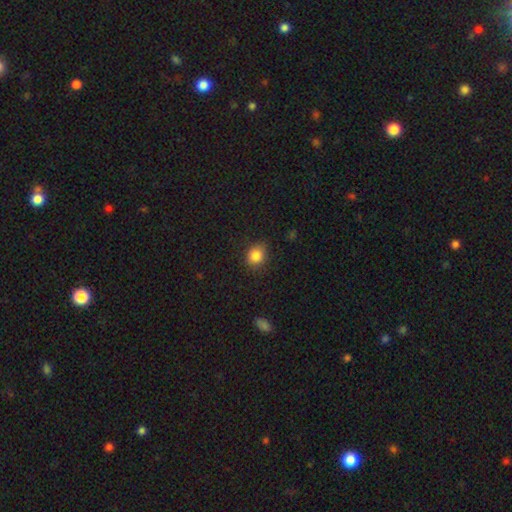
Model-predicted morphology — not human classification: A smooth galaxy with no disk features (84%) that is round (66%).

Vote fractions:
- Smooth or featured? smooth: 84% / star or artifact: 10% / featured or disk: 5%
- How rounded? round: 66% / in between: 33% / cigar-shaped: 1%
- Merging? none: 78% / minor disturbance: 17% / major disturbance: 4% / merger: 1%